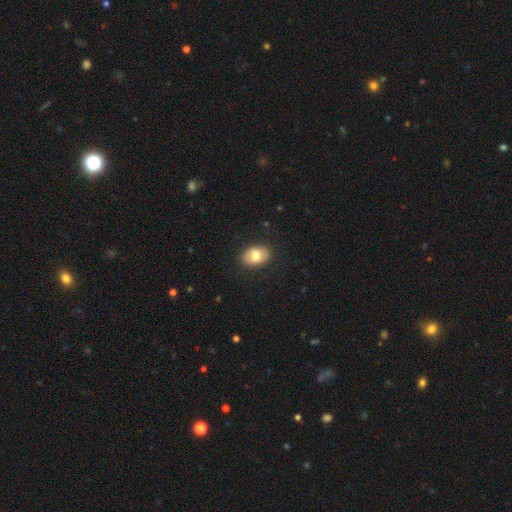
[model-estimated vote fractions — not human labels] smooth_or_featured: smooth (p=0.76) [alt: featured or disk p=0.16]
how_rounded: in between (p=0.79) [alt: round p=0.20]
merging: none (p=0.87) [alt: minor disturbance p=0.10]